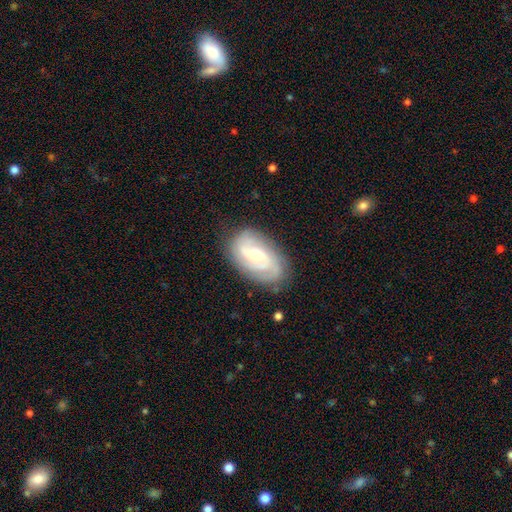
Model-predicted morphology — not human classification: type=featured or disk (79%); edge-on=no (96%); bar=weak (44%, tied with no); spiral arms=yes (94%); winding=tight (49%); arm count=2 (38%); bulge=moderate (54%); merging=none (78%).